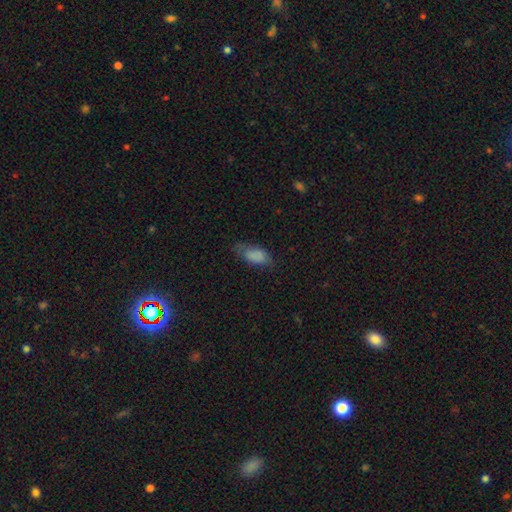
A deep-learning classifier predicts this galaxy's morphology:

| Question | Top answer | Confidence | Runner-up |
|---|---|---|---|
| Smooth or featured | smooth | 81% | featured or disk (11%) |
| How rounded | in between | 89% | cigar-shaped (8%) |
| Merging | none | 54% | minor disturbance (31%) |